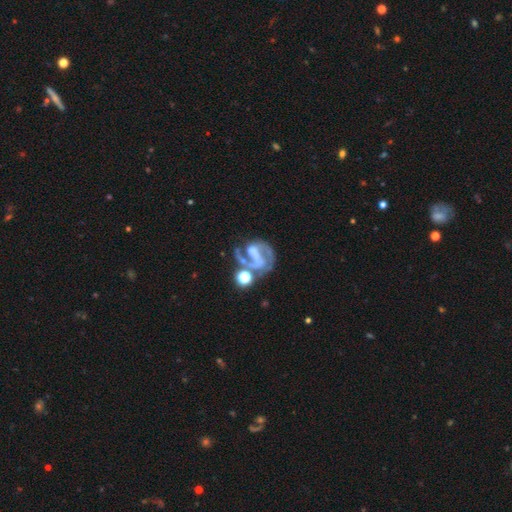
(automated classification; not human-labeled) Q: Smooth or featured?
A: featured or disk (78%); runner-up: smooth (11%)
Q: Edge-on disk?
A: no (98%); runner-up: yes (2%)
Q: Bar?
A: strong (35%); runner-up: weak (33%)
Q: Spiral arms?
A: yes (86%); runner-up: no (14%)
Q: Spiral winding?
A: medium (46%); runner-up: tight (32%)
Q: Spiral arm count?
A: 2 (62%); runner-up: 1 (18%)
Q: Bulge size?
A: none (54%); runner-up: small (21%)
Q: Merging?
A: none (38%); runner-up: major disturbance (27%)